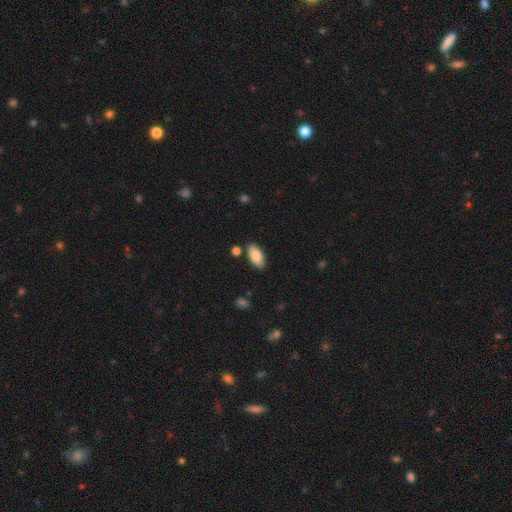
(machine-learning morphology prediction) This is clearly a smooth galaxy (84%). How rounded: clearly in between (93%). Merging: clearly none (85%).